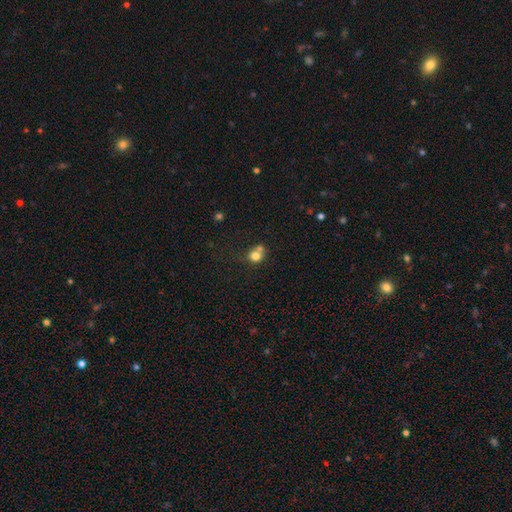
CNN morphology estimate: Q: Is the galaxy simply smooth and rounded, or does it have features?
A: smooth — 76%.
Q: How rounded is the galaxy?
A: round — 79%.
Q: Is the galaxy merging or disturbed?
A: merger — 46%.